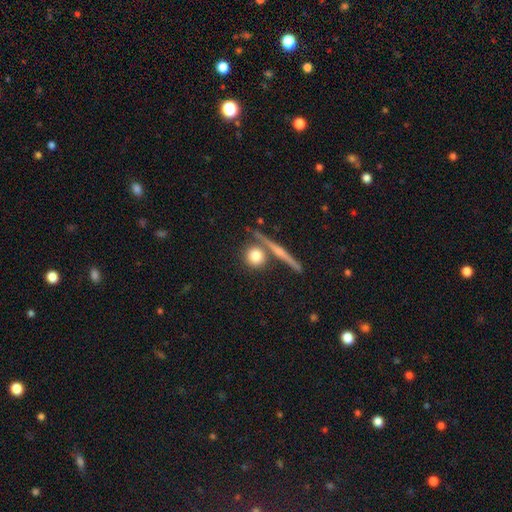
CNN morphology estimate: Q: Smooth or featured?
A: smooth (74%); runner-up: featured or disk (16%)
Q: How rounded?
A: round (89%); runner-up: in between (7%)
Q: Merging?
A: none (72%); runner-up: merger (15%)